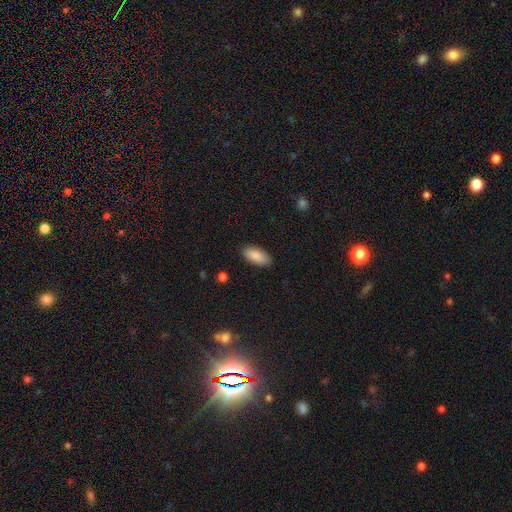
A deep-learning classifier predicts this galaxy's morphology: The model was most divided on "merging": none: 88%, minor disturbance: 9%, major disturbance: 2%, merger: 1%. More confident: how rounded — in between (91%); smooth or featured — smooth (89%).